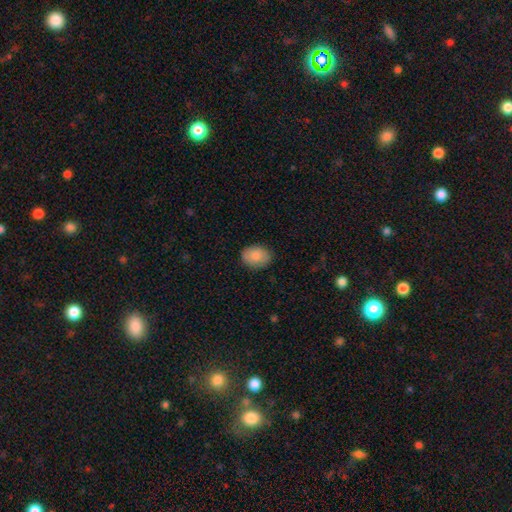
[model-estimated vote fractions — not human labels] This appears to be a smooth galaxy with no disk features (85%) that is in between round and cigar-shaped (67%). Merging: none (85%).